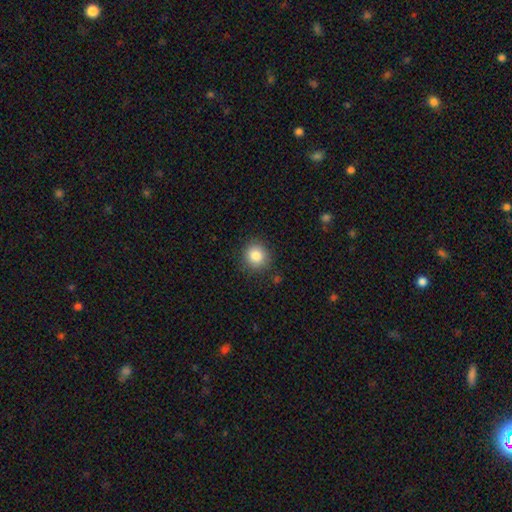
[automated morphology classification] Q: Smooth or featured?
A: smooth (84%); runner-up: star or artifact (10%)
Q: How rounded?
A: round (87%); runner-up: in between (12%)
Q: Merging?
A: none (87%); runner-up: minor disturbance (9%)